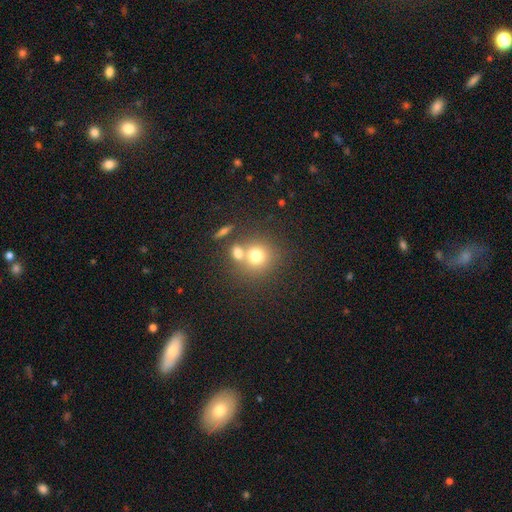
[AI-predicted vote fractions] Morphology: type=smooth (73%); roundness=round (86%); merging=none (49%).